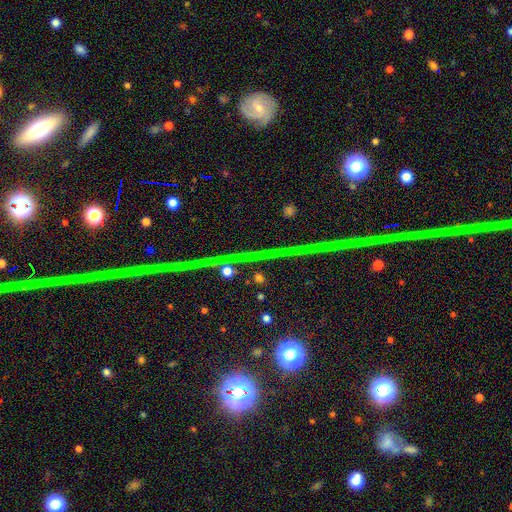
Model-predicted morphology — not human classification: A star or artifact, not a galaxy (77%).